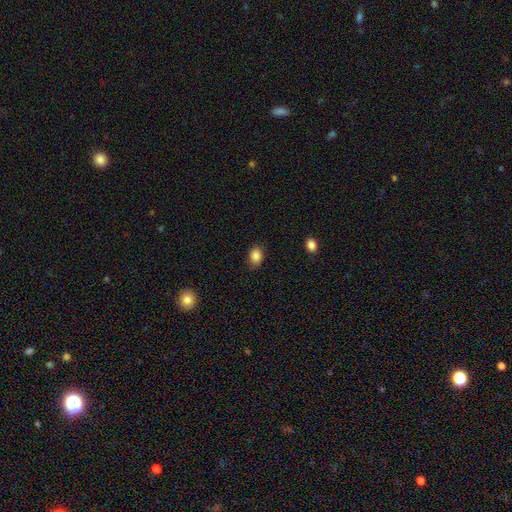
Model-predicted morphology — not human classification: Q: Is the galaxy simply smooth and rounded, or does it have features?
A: smooth — 87%.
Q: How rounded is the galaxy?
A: in between — 67%.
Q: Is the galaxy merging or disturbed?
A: none — 83%.